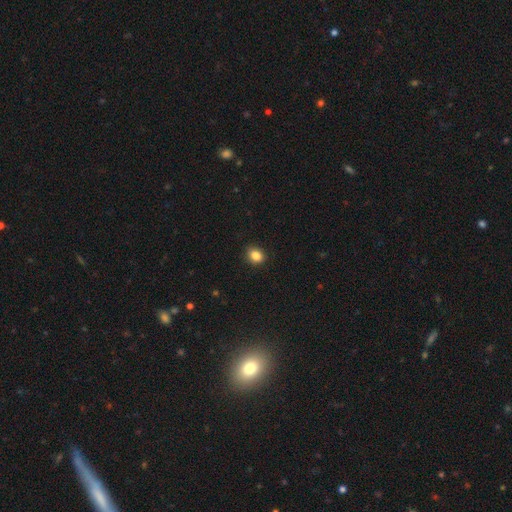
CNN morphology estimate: smooth_or_featured: smooth (p=0.86) [alt: star or artifact p=0.10]
how_rounded: round (p=0.55) [alt: in between p=0.44]
merging: none (p=0.90) [alt: minor disturbance p=0.08]